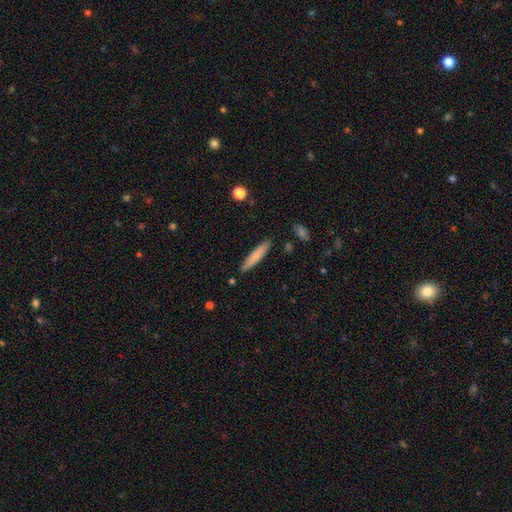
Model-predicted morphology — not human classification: The model was most divided on "smooth or featured": smooth: 76%, featured or disk: 18%, star or artifact: 6%. More confident: how rounded — cigar-shaped (92%); merging — none (88%).